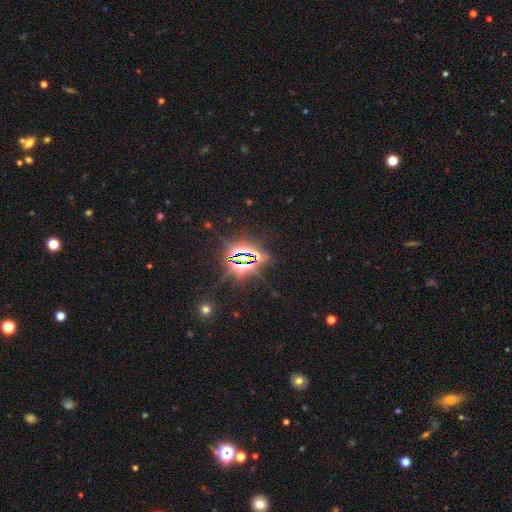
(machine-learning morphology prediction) Smooth or featured? star or artifact (83%)